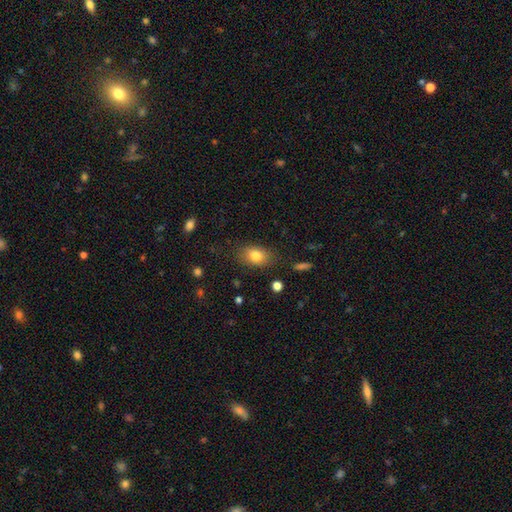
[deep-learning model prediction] Q: Smooth or featured?
A: smooth (82%); runner-up: featured or disk (10%)
Q: How rounded?
A: in between (81%); runner-up: round (17%)
Q: Merging?
A: none (81%); runner-up: minor disturbance (13%)